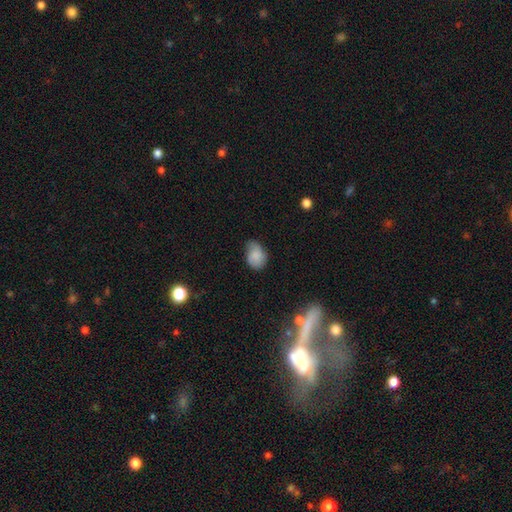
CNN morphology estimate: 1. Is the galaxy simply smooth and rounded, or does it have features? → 79% smooth, 12% featured or disk, 9% star or artifact.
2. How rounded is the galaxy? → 74% in between, 25% round, 1% cigar-shaped.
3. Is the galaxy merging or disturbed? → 52% none, 37% minor disturbance, 9% major disturbance, 2% merger.